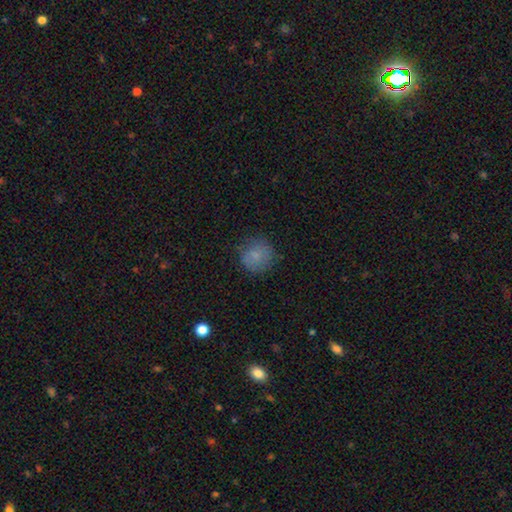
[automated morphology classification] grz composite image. It shows a smooth galaxy with no disk features (80%) that is round (89%). Merging: none (75%).